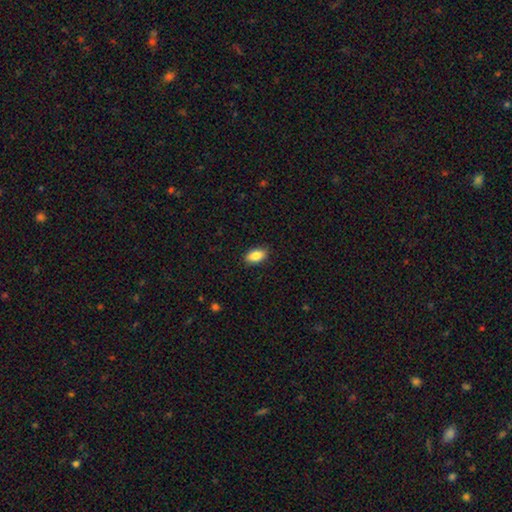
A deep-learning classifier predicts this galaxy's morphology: A smooth galaxy with no disk features (87%) that is in between round and cigar-shaped (92%).

Vote fractions:
- Smooth or featured? smooth: 87% / star or artifact: 7% / featured or disk: 6%
- How rounded? in between: 92% / round: 5% / cigar-shaped: 4%
- Merging? none: 89% / minor disturbance: 8% / major disturbance: 2% / merger: 1%